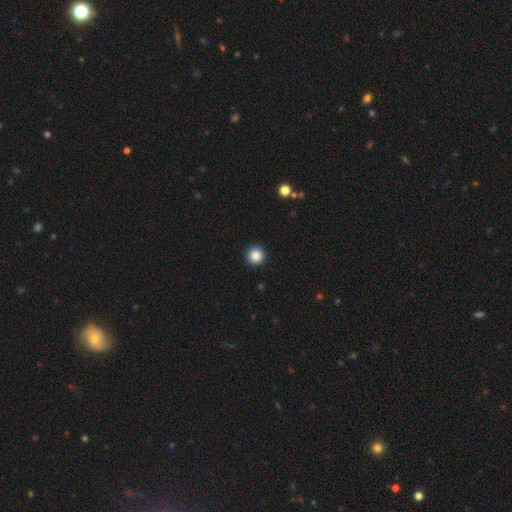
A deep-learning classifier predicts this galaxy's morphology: Smooth or featured? Predicted: smooth (p=0.86). How rounded? Predicted: round (p=0.96). Merging? Predicted: none (p=0.94).